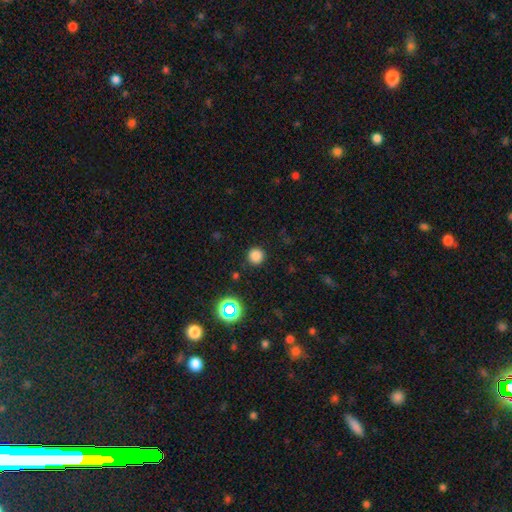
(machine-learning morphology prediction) Smooth or featured? smooth (80%)
How rounded? round (95%)
Merging? none (90%)